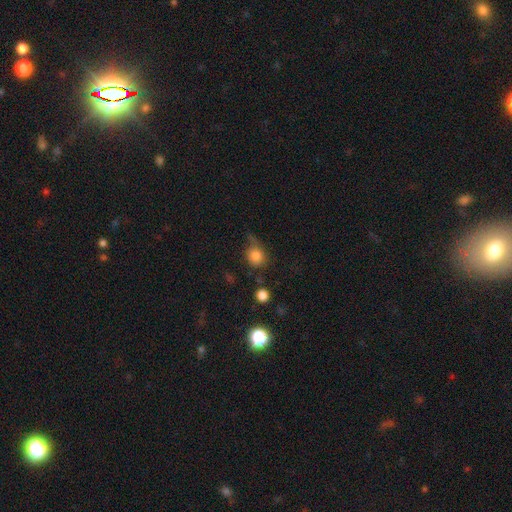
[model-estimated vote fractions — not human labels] The model was most divided on "merging": none: 54%, minor disturbance: 28%, major disturbance: 13%, merger: 6%. More confident: smooth or featured — smooth (81%); how rounded — round (76%).